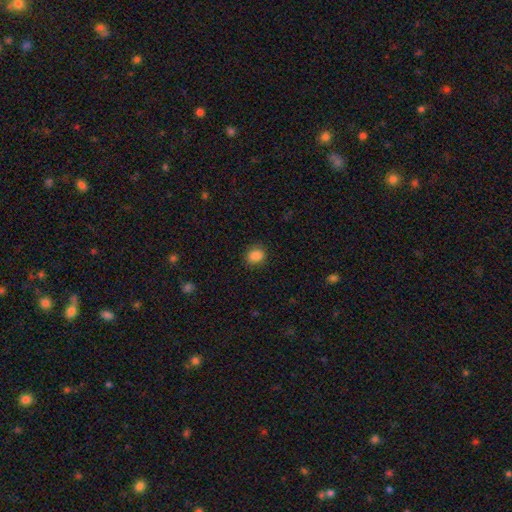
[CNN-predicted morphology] smooth_or_featured: smooth (p=0.86) [alt: star or artifact p=0.10]
how_rounded: round (p=0.62) [alt: in between p=0.37]
merging: none (p=0.88) [alt: minor disturbance p=0.08]